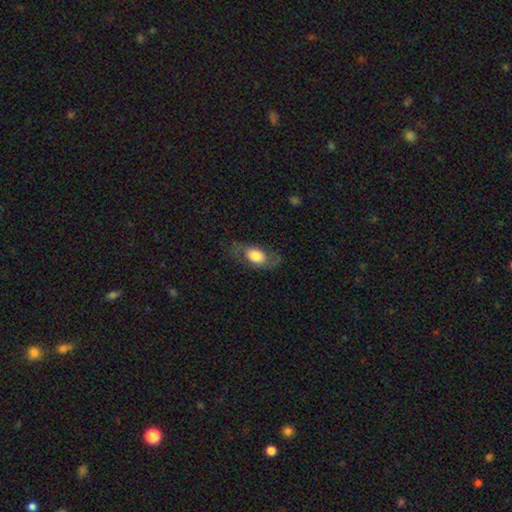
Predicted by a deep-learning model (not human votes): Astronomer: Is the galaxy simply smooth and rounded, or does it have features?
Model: smooth — 51% (runner-up: featured or disk, 42%).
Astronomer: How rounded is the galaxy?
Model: in between — 79%.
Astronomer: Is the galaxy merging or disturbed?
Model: none — 69%.